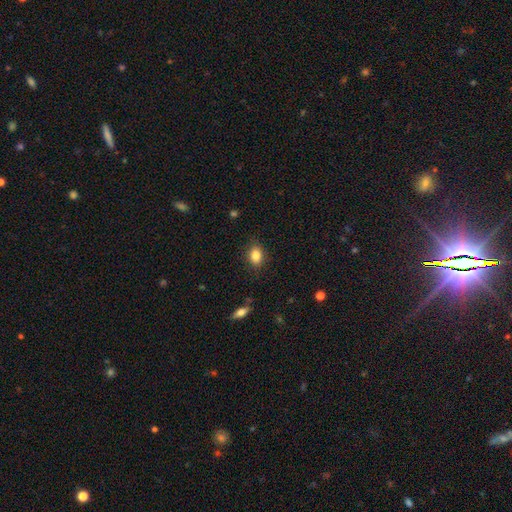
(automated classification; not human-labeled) Q: Smooth or featured?
A: smooth (85%); runner-up: star or artifact (9%)
Q: How rounded?
A: in between (71%); runner-up: round (27%)
Q: Merging?
A: none (84%); runner-up: minor disturbance (12%)